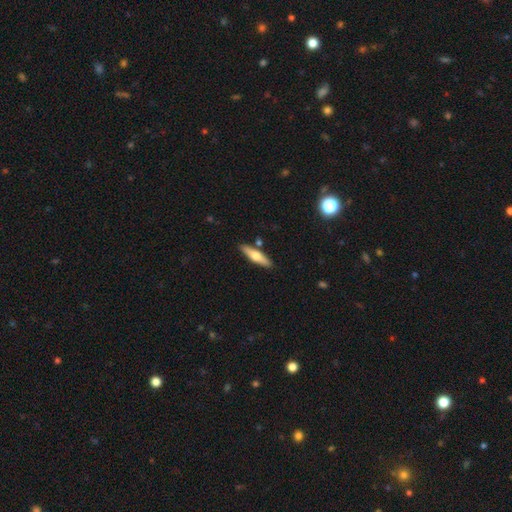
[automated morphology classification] This appears to be a smooth galaxy with no disk features (50%) that is cigar-shaped (76%). Merging: none (84%).